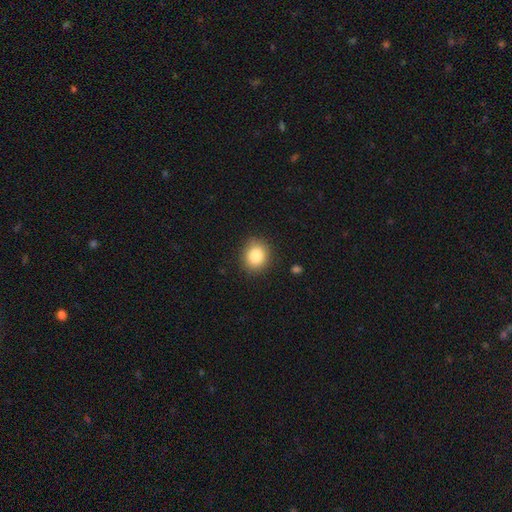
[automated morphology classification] Q: Smooth or featured?
A: smooth (85%); runner-up: star or artifact (9%)
Q: How rounded?
A: round (76%); runner-up: in between (23%)
Q: Merging?
A: none (86%); runner-up: minor disturbance (10%)